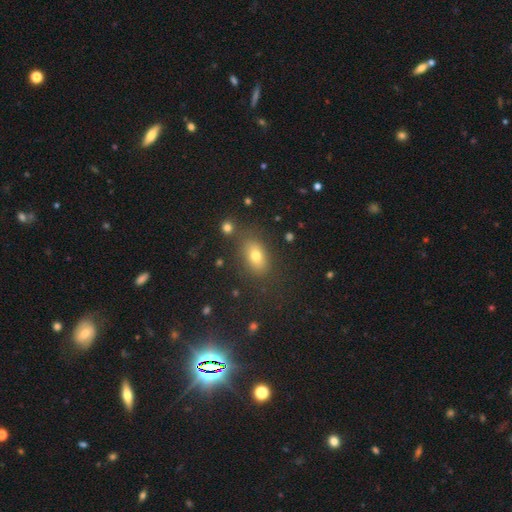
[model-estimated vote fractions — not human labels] A smooth galaxy with no disk features (73%) that is in between round and cigar-shaped (81%).

Vote fractions:
- Smooth or featured? smooth: 73% / star or artifact: 14% / featured or disk: 13%
- How rounded? in between: 81% / round: 16% / cigar-shaped: 3%
- Merging? none: 78% / minor disturbance: 12% / merger: 5% / major disturbance: 5%